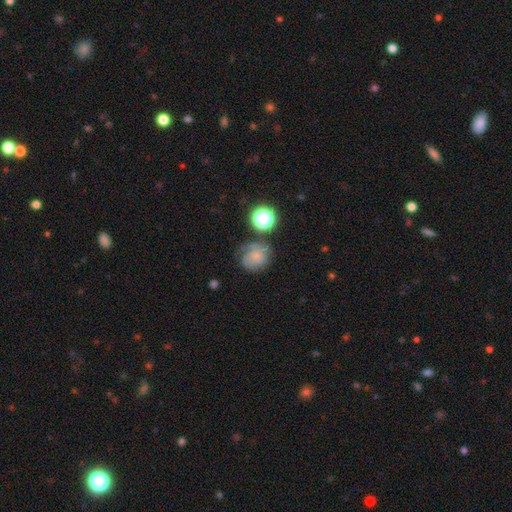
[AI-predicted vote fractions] Q: Smooth or featured?
A: smooth (48%); runner-up: featured or disk (37%)
Q: Merging?
A: none (51%); runner-up: minor disturbance (25%)